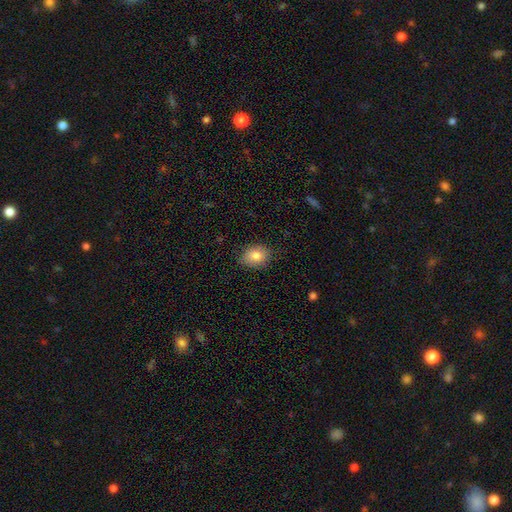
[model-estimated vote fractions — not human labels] smooth 83%, featured or disk 9%, star or artifact 8%. Down the decision tree: how rounded — in between (58%); merging — none (81%).